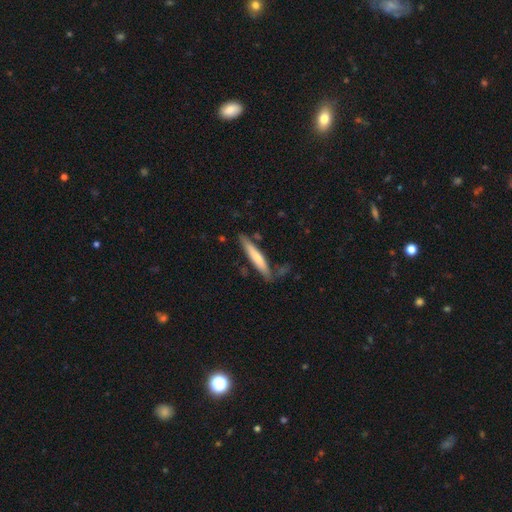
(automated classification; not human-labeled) The model was most divided on "smooth or featured": smooth: 62%, featured or disk: 32%, star or artifact: 6%. More confident: how rounded — cigar-shaped (93%); merging — none (76%).